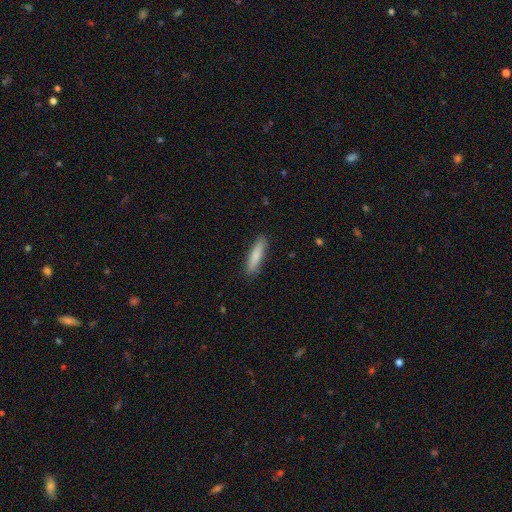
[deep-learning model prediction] This appears to be a smooth galaxy with no disk features (83%) that is cigar-shaped (79%). Merging: none (87%).